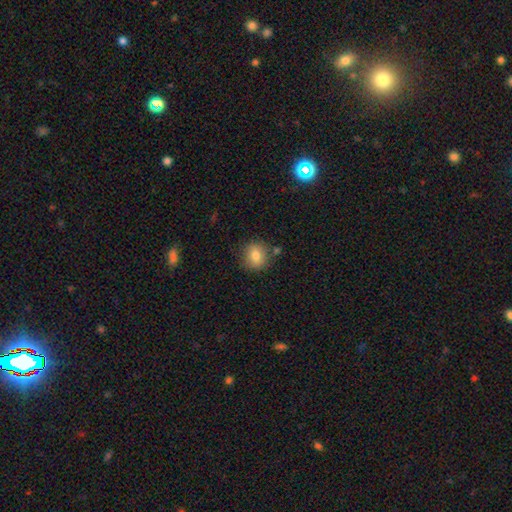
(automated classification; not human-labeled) Smooth or featured? Predicted: smooth (p=0.80). How rounded? Predicted: round (p=0.80). Merging? Predicted: none (p=0.80).